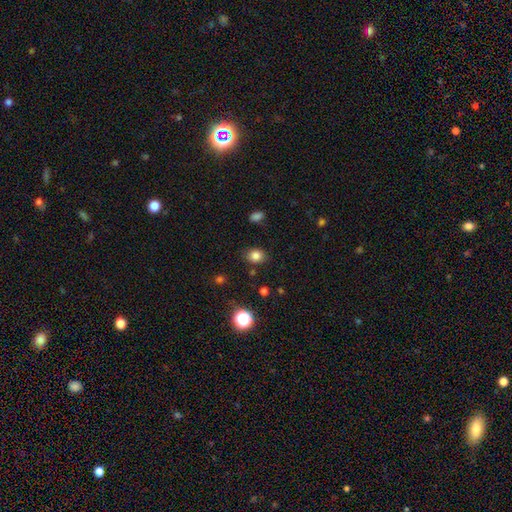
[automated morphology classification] This is clearly a smooth galaxy (82%). How rounded: possibly round (55%). Merging: clearly none (84%).